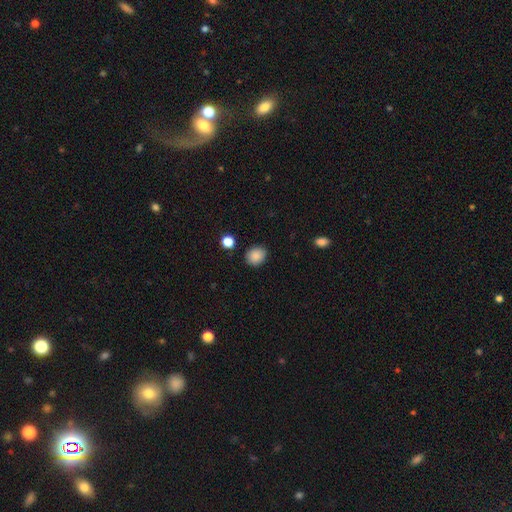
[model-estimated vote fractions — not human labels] Morphology: type=smooth (88%); roundness=round (64%); merging=none (86%).